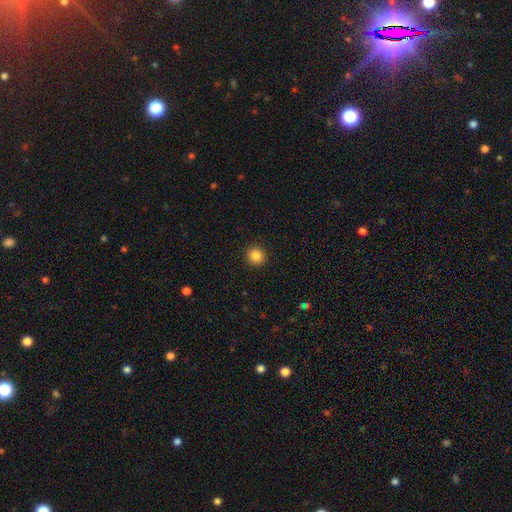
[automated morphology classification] smooth-or-featured: smooth: 85% | star or artifact: 11% | featured or disk: 4%
  how-rounded: round: 93% | in between: 6% | cigar-shaped: 1%
  merging: none: 93% | minor disturbance: 5% | major disturbance: 2% | merger: 1%